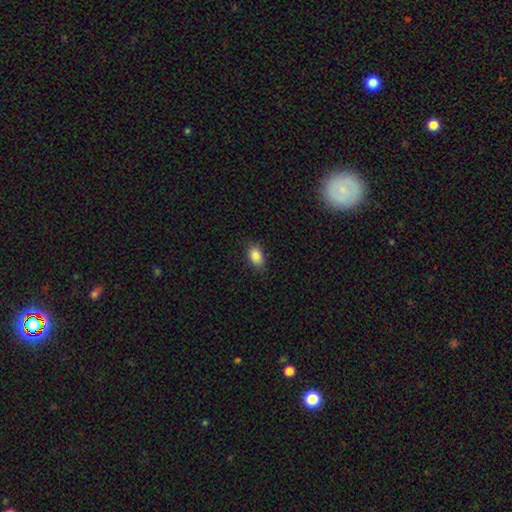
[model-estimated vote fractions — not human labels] smooth_or_featured: smooth (p=0.88) [alt: star or artifact p=0.08]
how_rounded: in between (p=0.85) [alt: round p=0.13]
merging: none (p=0.82) [alt: minor disturbance p=0.14]